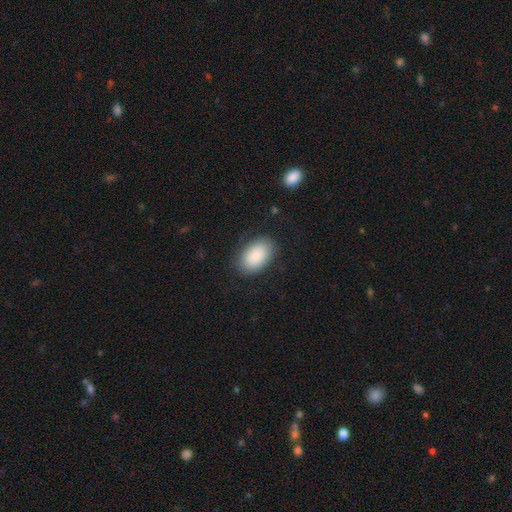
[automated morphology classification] Q: Smooth or featured?
A: smooth (88%); runner-up: star or artifact (6%)
Q: How rounded?
A: in between (91%); runner-up: round (8%)
Q: Merging?
A: none (81%); runner-up: minor disturbance (13%)